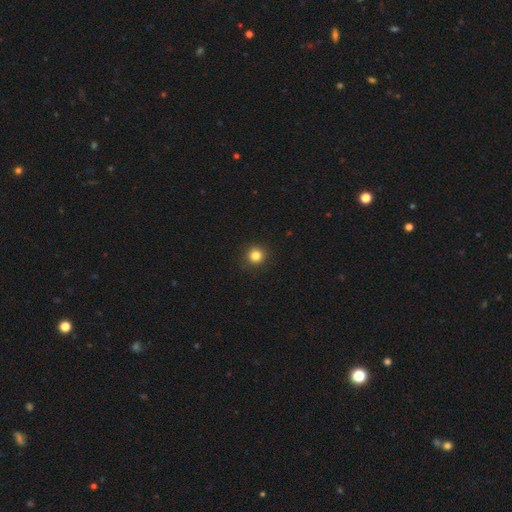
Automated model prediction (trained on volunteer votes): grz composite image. It shows a smooth galaxy with no disk features (83%) that is round (95%). Merging: none (92%).